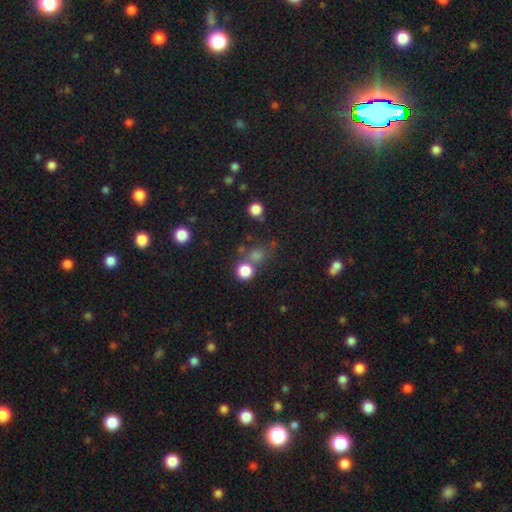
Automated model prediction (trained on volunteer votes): smooth_or_featured: smooth (p=0.64) [alt: star or artifact p=0.28]
how_rounded: round (p=0.85) [alt: in between p=0.14]
merging: none (p=0.65) [alt: merger p=0.20]